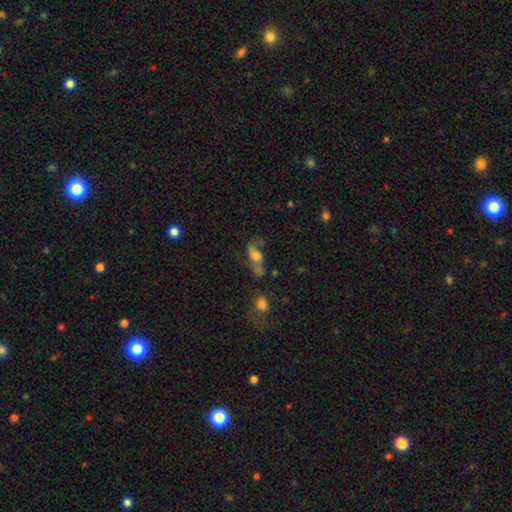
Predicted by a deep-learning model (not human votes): The model was most divided on "smooth or featured": featured or disk: 50%, smooth: 38%, star or artifact: 12%. Remaining: merging — none (38%).